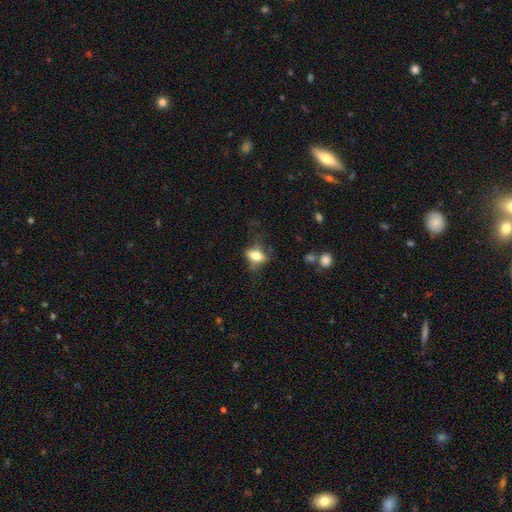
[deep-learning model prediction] Smooth or featured? Predicted: smooth (p=0.66). How rounded? Predicted: in between (p=0.79). Merging? Predicted: none (p=0.49).